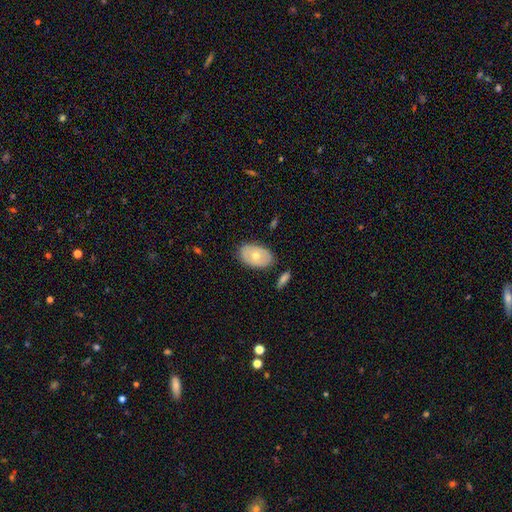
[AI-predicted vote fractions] Q: Smooth or featured?
A: smooth (54%); runner-up: featured or disk (40%)
Q: How rounded?
A: in between (90%); runner-up: round (9%)
Q: Merging?
A: none (81%); runner-up: minor disturbance (12%)